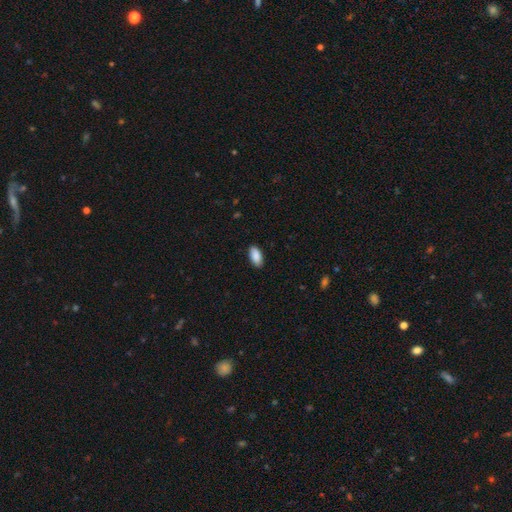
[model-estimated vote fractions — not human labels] This appears to be a smooth galaxy with no disk features (90%) that is in between round and cigar-shaped (93%). Merging: none (88%).